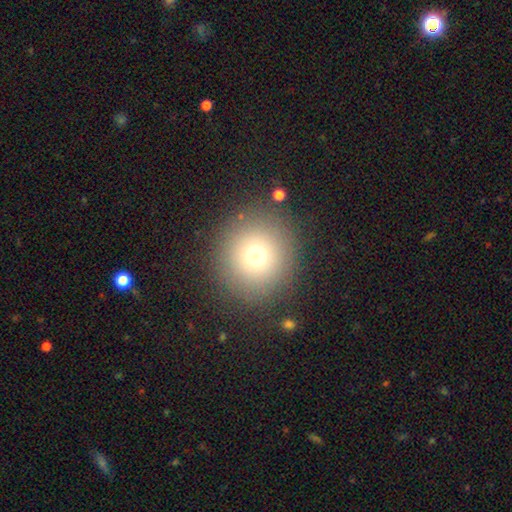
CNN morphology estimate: A smooth galaxy with no disk features (72%) that is round (94%).

Vote fractions:
- Smooth or featured? smooth: 72% / star or artifact: 16% / featured or disk: 12%
- How rounded? round: 94% / in between: 5% / cigar-shaped: 1%
- Merging? none: 87% / minor disturbance: 7% / major disturbance: 4% / merger: 2%